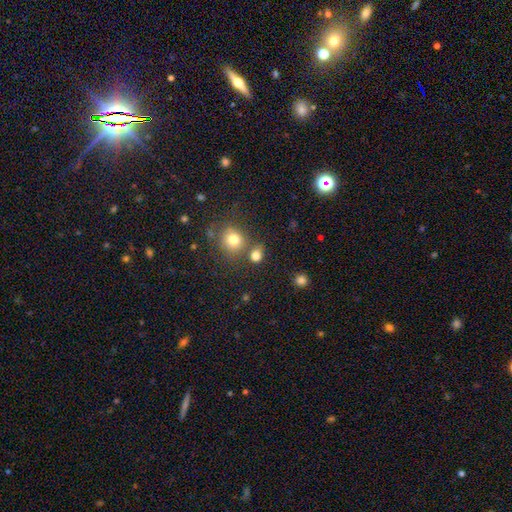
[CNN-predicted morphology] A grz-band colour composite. It shows a smooth galaxy with no disk features (79%) that is round (64%). Merging: none (66%).